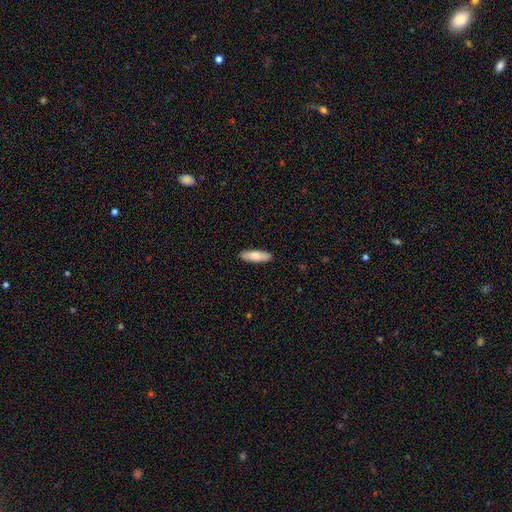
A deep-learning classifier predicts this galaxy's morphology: A smooth galaxy with no disk features (80%) that is in between round and cigar-shaped (51%).

Vote fractions:
- Smooth or featured? smooth: 80% / featured or disk: 15% / star or artifact: 5%
- How rounded? in between: 51% / cigar-shaped: 47% / round: 2%
- Merging? none: 90% / minor disturbance: 7% / major disturbance: 1% / merger: 1%